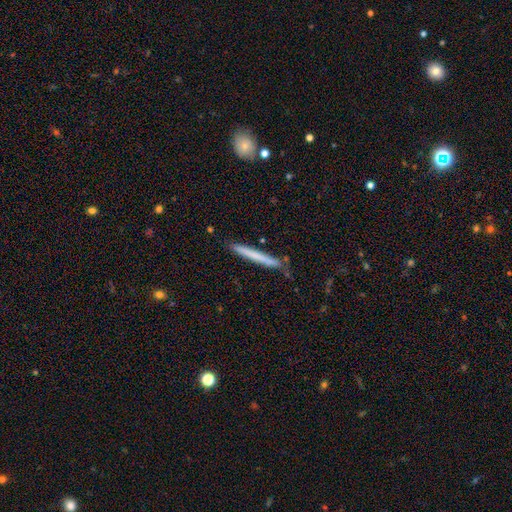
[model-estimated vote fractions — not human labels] smooth-or-featured: smooth: 65% | featured or disk: 29% | star or artifact: 6%
  how-rounded: cigar-shaped: 97% | in between: 2% | round: 1%
  merging: none: 86% | minor disturbance: 11% | merger: 2% | major disturbance: 2%